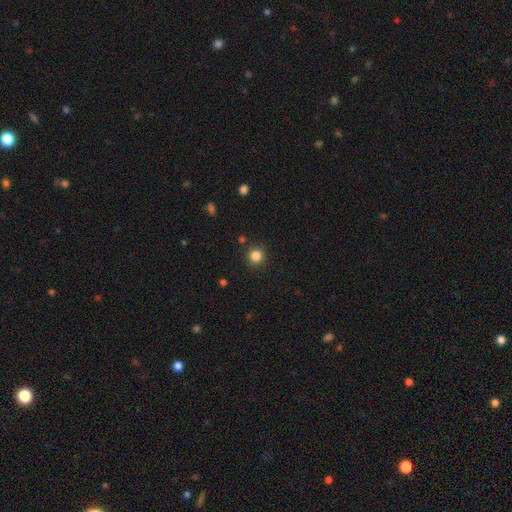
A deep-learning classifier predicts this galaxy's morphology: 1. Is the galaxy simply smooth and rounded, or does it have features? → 83% smooth, 13% star or artifact, 4% featured or disk.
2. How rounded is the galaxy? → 94% round, 5% in between, 1% cigar-shaped.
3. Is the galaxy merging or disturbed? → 90% none, 6% minor disturbance, 2% major disturbance, 2% merger.